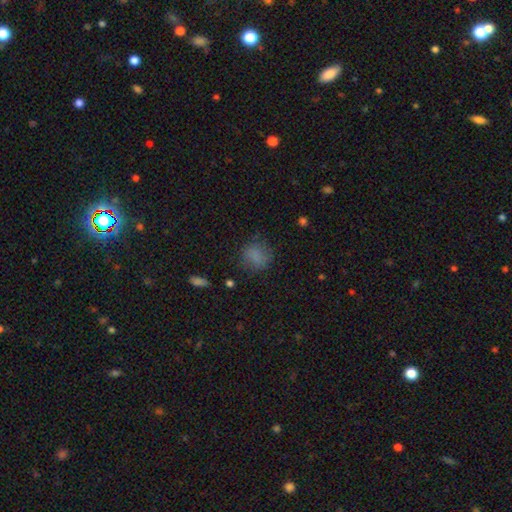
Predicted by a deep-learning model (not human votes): The model was most divided on "how rounded": round: 73%, in between: 26%, cigar-shaped: 1%. More confident: smooth or featured — smooth (78%); merging — none (70%).